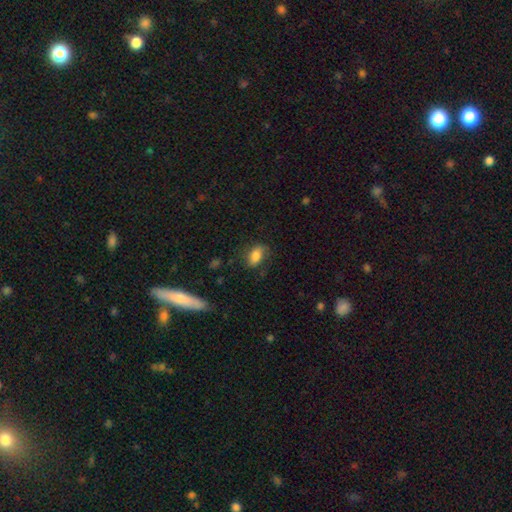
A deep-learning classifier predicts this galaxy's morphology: This appears to be a smooth galaxy with no disk features (76%) that is in between round and cigar-shaped (87%). Merging: none (67%).